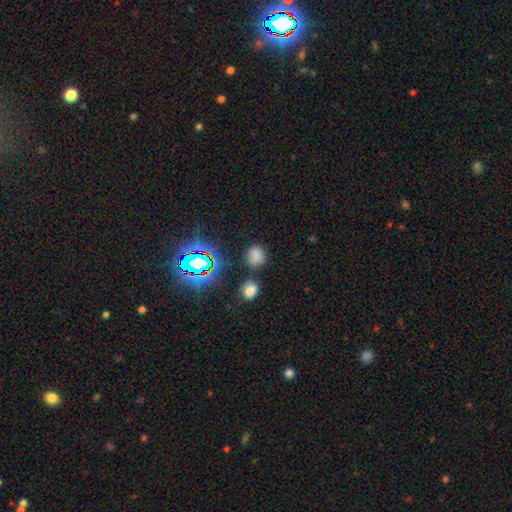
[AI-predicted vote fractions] Smooth or featured? smooth (72%)
How rounded? round (69%)
Merging? none (75%)